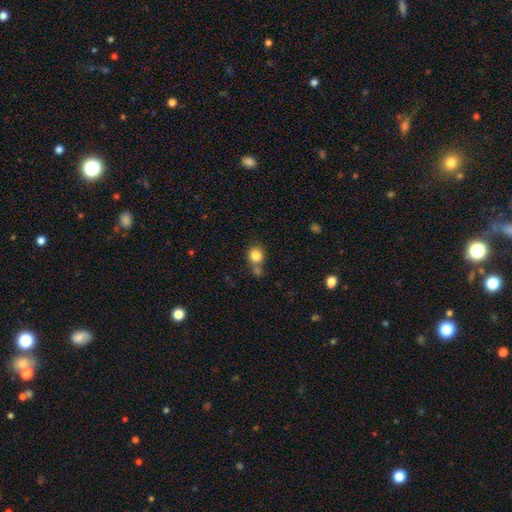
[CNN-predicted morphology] type=smooth (83%); roundness=round (83%); merging=none (58%).